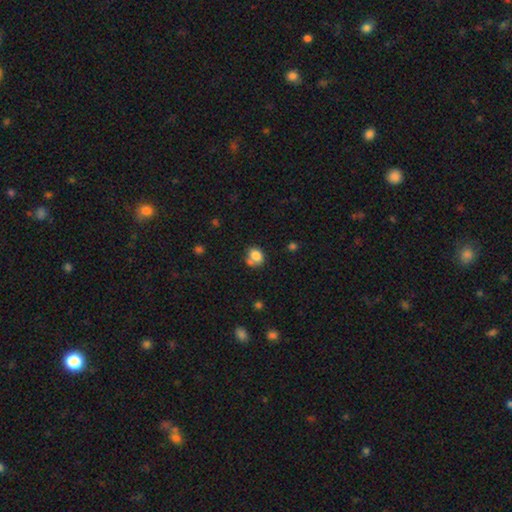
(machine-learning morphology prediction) Smooth or featured? smooth (81%)
How rounded? round (56%)
Merging? none (48%)